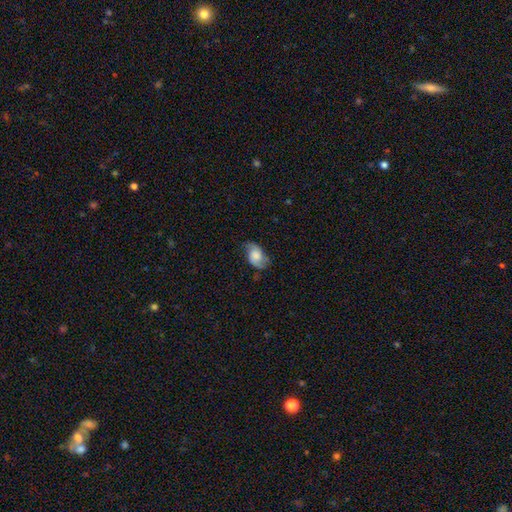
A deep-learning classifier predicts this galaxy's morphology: The model was most divided on "smooth or featured": featured or disk: 49%, smooth: 43%, star or artifact: 8%. More confident: merging — none (67%).